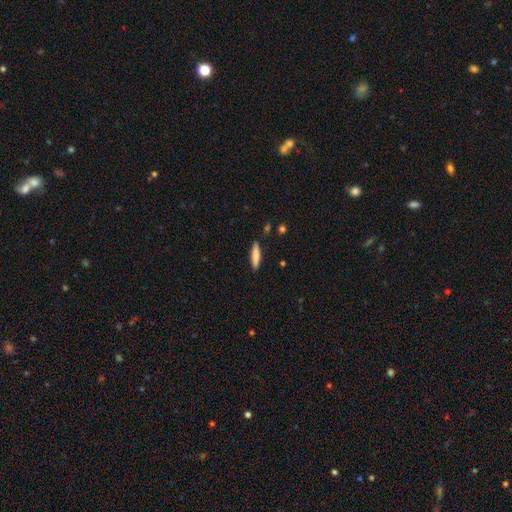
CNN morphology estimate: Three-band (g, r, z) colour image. It shows a smooth galaxy with no disk features (76%) that is cigar-shaped (81%). Merging: none (88%).